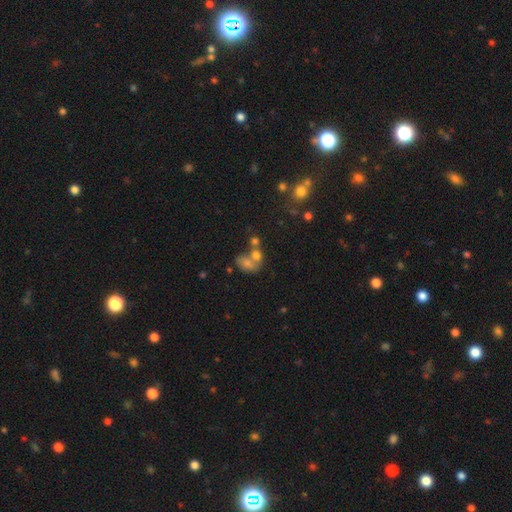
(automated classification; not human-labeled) Overall: smooth (39%; star or artifact 36%). Merging: merger (39%; none 37%).